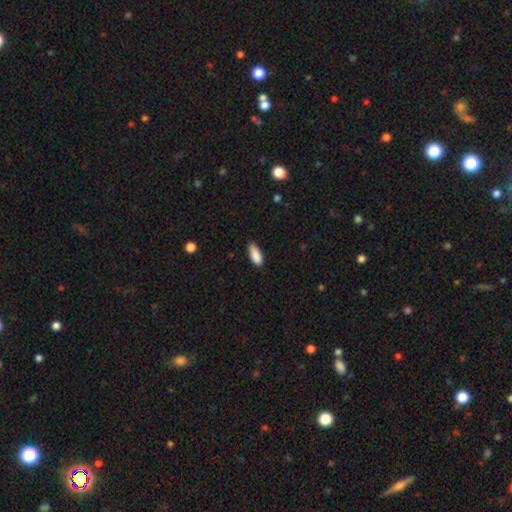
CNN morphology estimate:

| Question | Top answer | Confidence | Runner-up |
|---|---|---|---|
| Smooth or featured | smooth | 88% | star or artifact (7%) |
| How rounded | in between | 81% | cigar-shaped (17%) |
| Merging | none | 70% | minor disturbance (25%) |